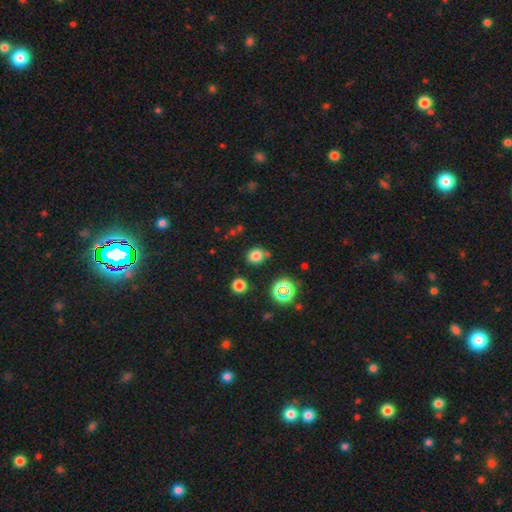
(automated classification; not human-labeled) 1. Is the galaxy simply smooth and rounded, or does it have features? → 76% smooth, 18% star or artifact, 6% featured or disk.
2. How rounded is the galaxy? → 69% round, 30% in between, 1% cigar-shaped.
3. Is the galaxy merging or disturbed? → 75% none, 14% minor disturbance, 7% merger, 4% major disturbance.